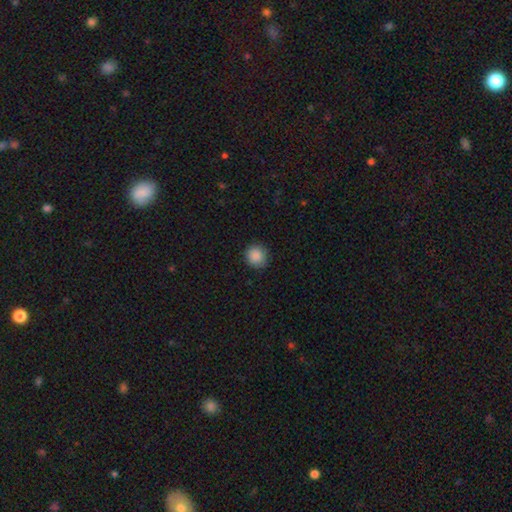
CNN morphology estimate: Overall: smooth (89%). How rounded: round (94%). Merging: none (89%).